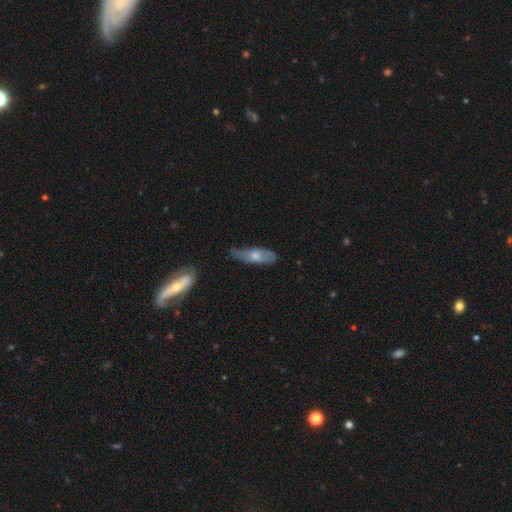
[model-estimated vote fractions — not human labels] Smooth or featured?
  - smooth: 53% *
  - featured or disk: 41%
  - star or artifact: 6%
How rounded?
  - in between: 49% *
  - cigar-shaped: 48%
  - round: 3%
Merging?
  - none: 59% *
  - minor disturbance: 30%
  - major disturbance: 8%
  - merger: 2%